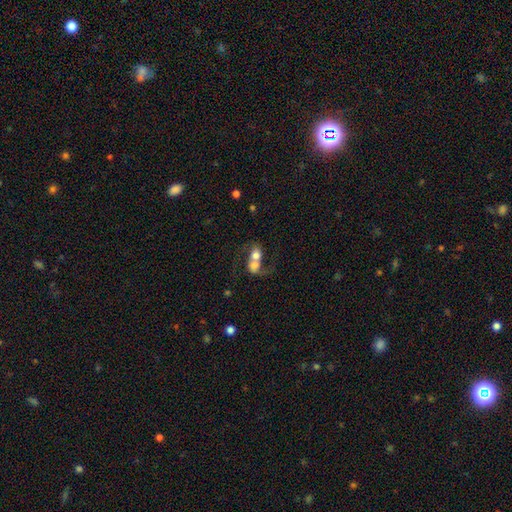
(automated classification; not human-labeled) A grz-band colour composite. It shows a smooth galaxy with no disk features (50%) that is in between round and cigar-shaped (55%). Merging: merger (79%).